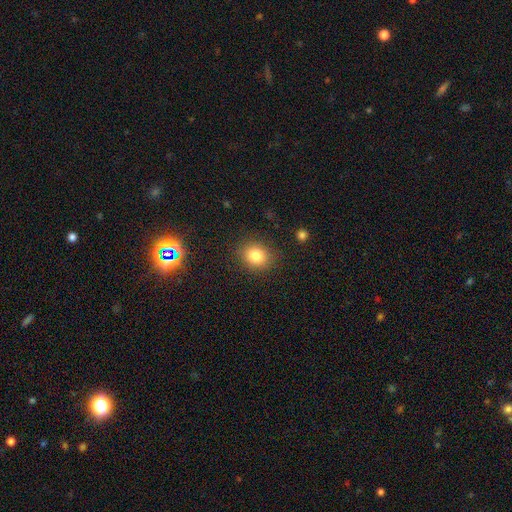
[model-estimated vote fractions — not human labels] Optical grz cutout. It shows a smooth galaxy with no disk features (82%) that is round (68%). Merging: none (86%).